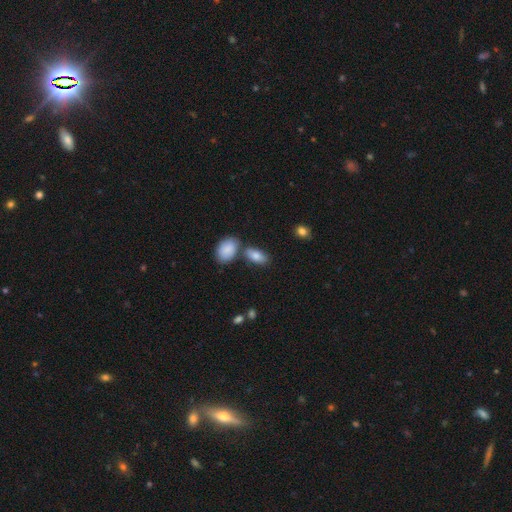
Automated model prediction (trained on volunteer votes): The model was most divided on "merging": none: 64%, merger: 20%, minor disturbance: 13%, major disturbance: 3%. More confident: how rounded — in between (90%); smooth or featured — smooth (84%).